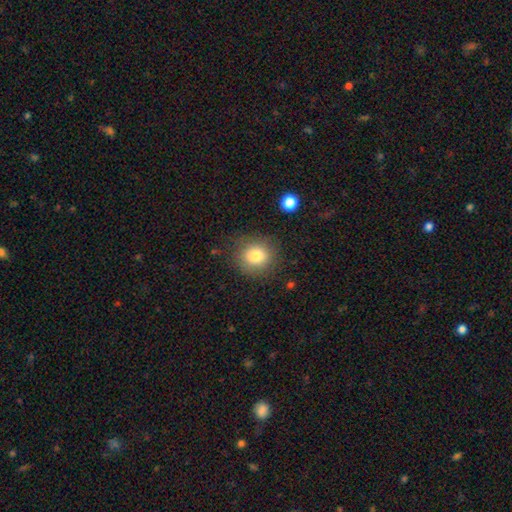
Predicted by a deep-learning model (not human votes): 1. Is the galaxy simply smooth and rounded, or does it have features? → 81% smooth, 10% star or artifact, 9% featured or disk.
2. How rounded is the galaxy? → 83% round, 16% in between, 1% cigar-shaped.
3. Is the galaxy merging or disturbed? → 82% none, 12% minor disturbance, 4% major disturbance, 2% merger.